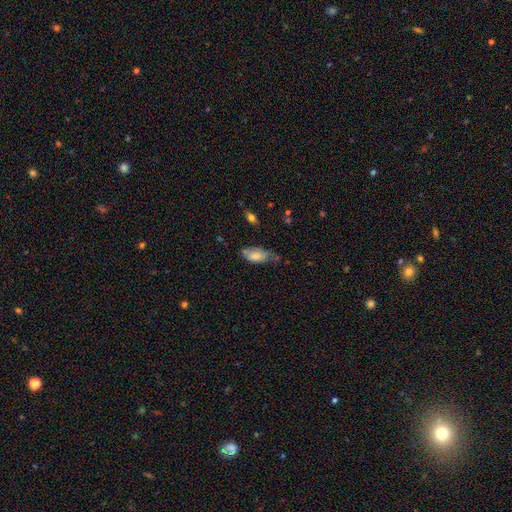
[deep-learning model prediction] A smooth galaxy with no disk features (76%) that is in between round and cigar-shaped (86%). Merging: minor disturbance (40%).